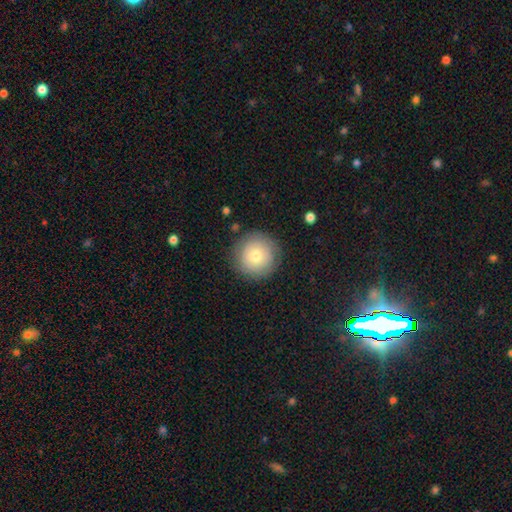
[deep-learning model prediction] Q: Smooth or featured?
A: smooth (74%); runner-up: featured or disk (18%)
Q: How rounded?
A: round (96%); runner-up: in between (4%)
Q: Merging?
A: none (86%); runner-up: minor disturbance (9%)